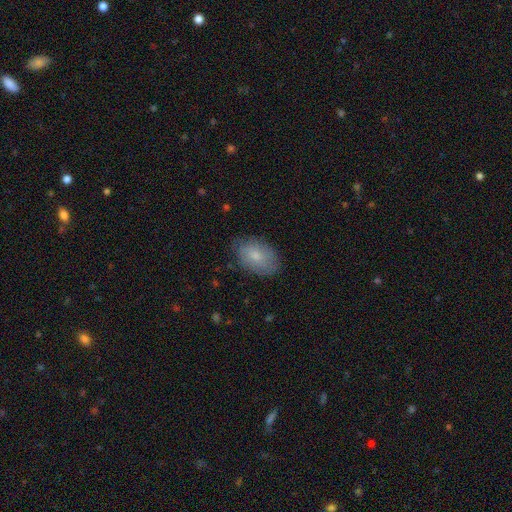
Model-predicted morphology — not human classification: Smooth or featured?
  - smooth: 76% *
  - featured or disk: 17%
  - star or artifact: 7%
How rounded?
  - in between: 89% *
  - round: 10%
  - cigar-shaped: 1%
Merging?
  - none: 77% *
  - minor disturbance: 18%
  - major disturbance: 4%
  - merger: 1%